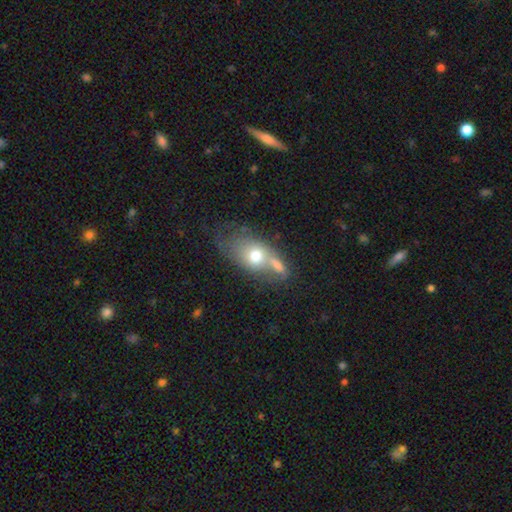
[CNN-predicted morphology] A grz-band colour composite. It shows a smooth galaxy with no disk features (65%) that is in between round and cigar-shaped (74%). Merging: merger (47%).